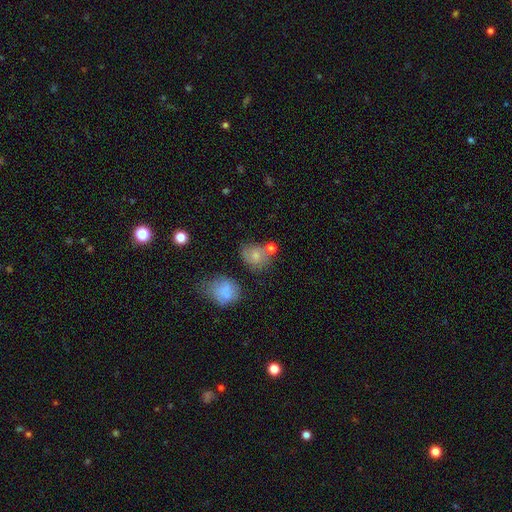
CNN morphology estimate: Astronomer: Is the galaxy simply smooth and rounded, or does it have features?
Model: smooth — 69%.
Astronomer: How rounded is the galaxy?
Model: round — 60% (runner-up: in between, 39%).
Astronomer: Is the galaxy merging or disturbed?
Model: none — 51%.